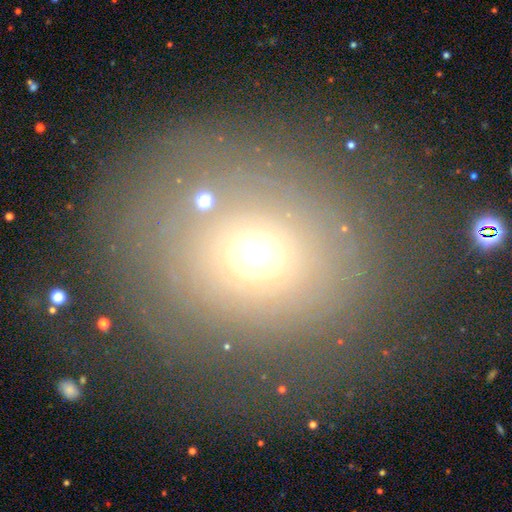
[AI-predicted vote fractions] smooth 53%, featured or disk 28%, star or artifact 19%. Down the decision tree: how rounded — round (64%); merging — none (65%).